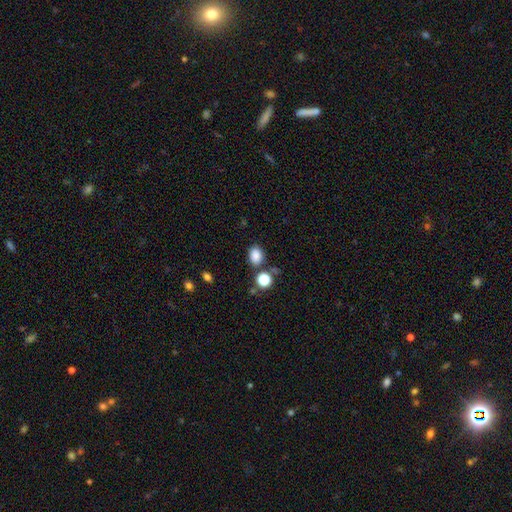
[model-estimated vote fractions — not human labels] smooth_or_featured: smooth (p=0.84) [alt: star or artifact p=0.11]
how_rounded: in between (p=0.61) [alt: round p=0.38]
merging: none (p=0.76) [alt: minor disturbance p=0.12]